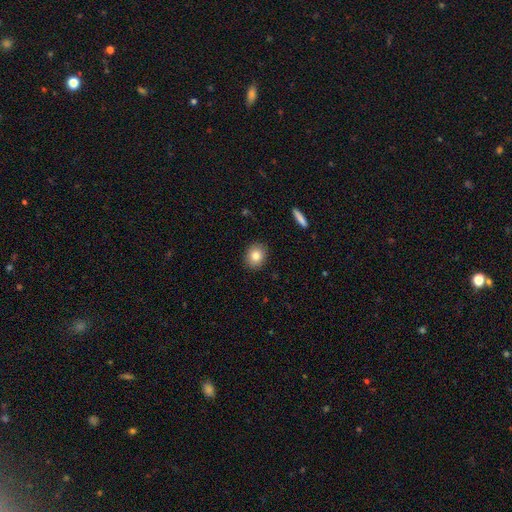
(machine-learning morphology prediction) type=smooth (82%); roundness=round (70%); merging=none (90%).